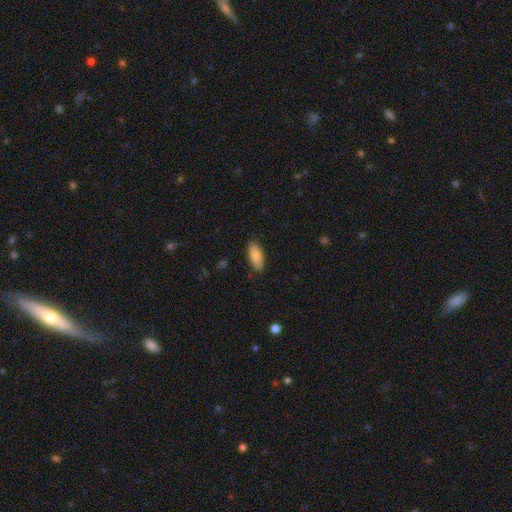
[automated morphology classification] This is clearly a smooth galaxy (85%). How rounded: clearly in between (82%). Merging: clearly none (86%).